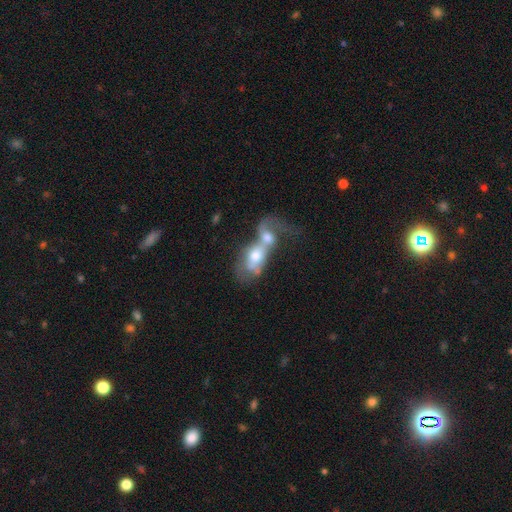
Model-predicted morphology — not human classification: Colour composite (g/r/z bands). It shows a smooth galaxy with no disk features (46%). Merging: merger (80%).